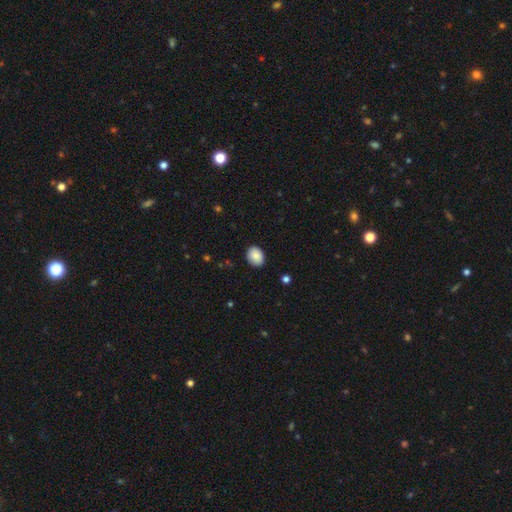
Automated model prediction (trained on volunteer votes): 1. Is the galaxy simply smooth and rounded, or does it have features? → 88% smooth, 7% star or artifact, 5% featured or disk.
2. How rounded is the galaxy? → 60% in between, 39% round, 1% cigar-shaped.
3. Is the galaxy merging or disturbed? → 87% none, 10% minor disturbance, 2% major disturbance, 1% merger.